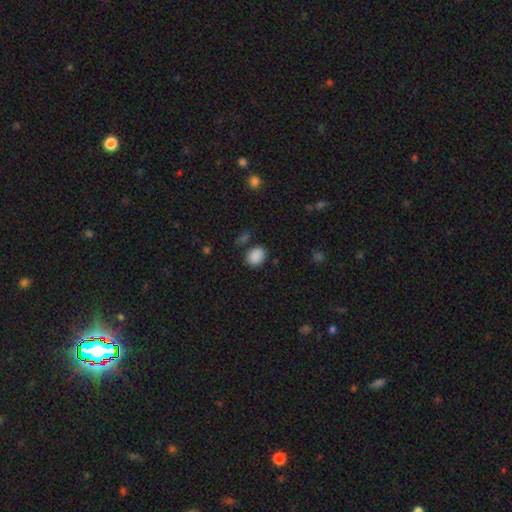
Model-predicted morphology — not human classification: Overall: smooth (88%). How rounded: in between (57%; round 42%). Merging: none (79%).